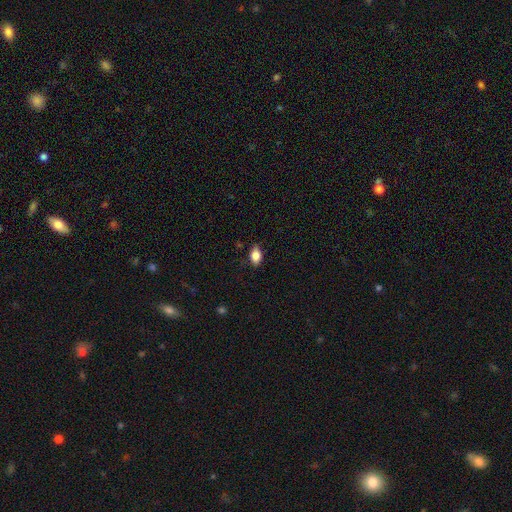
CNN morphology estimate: This appears to be a smooth galaxy with no disk features (78%) that is in between round and cigar-shaped (80%). Merging: none (74%).